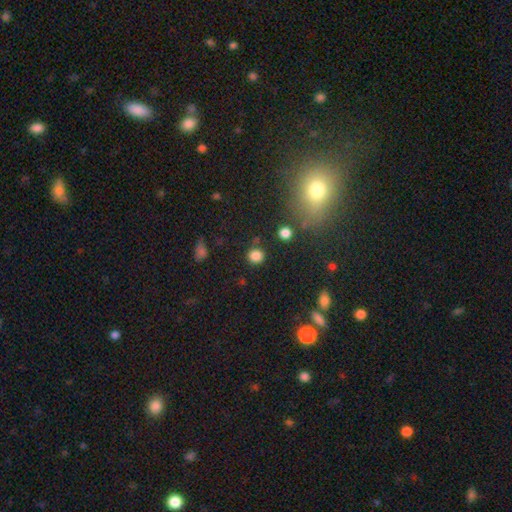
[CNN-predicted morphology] Overall: smooth (82%). How rounded: round (90%). Merging: none (83%).